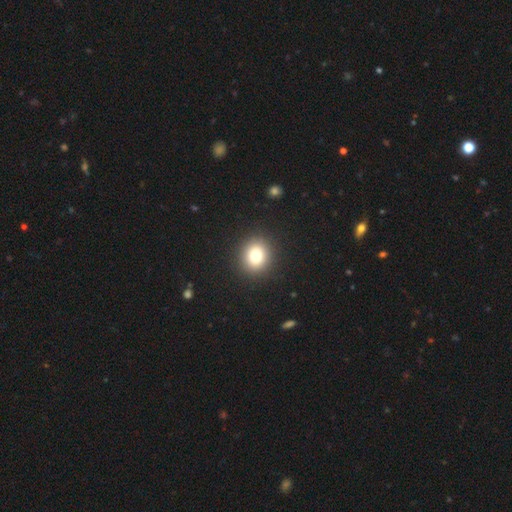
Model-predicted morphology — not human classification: The model was most divided on "how rounded": round: 80%, in between: 19%, cigar-shaped: 1%. More confident: merging — none (91%); smooth or featured — smooth (79%).